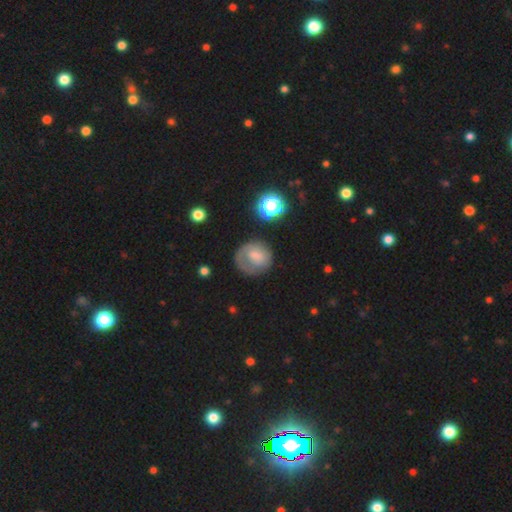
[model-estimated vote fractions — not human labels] The model was most divided on "smooth or featured": smooth: 53%, featured or disk: 37%, star or artifact: 10%. More confident: how rounded — round (79%); merging — none (60%).